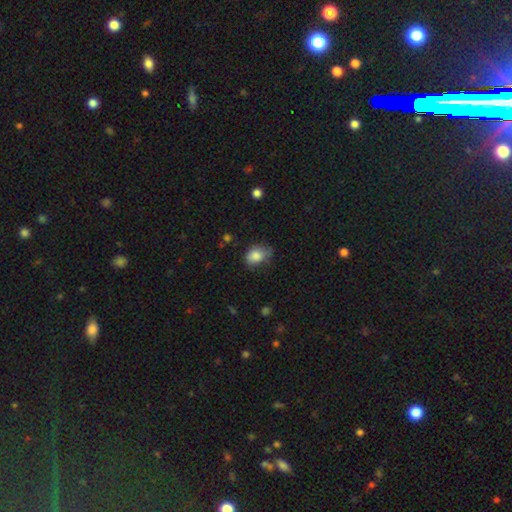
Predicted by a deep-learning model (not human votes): smooth-or-featured: smooth: 83% | featured or disk: 9% | star or artifact: 9%
  how-rounded: in between: 73% | round: 26% | cigar-shaped: 1%
  merging: none: 53% | minor disturbance: 35% | major disturbance: 10% | merger: 2%